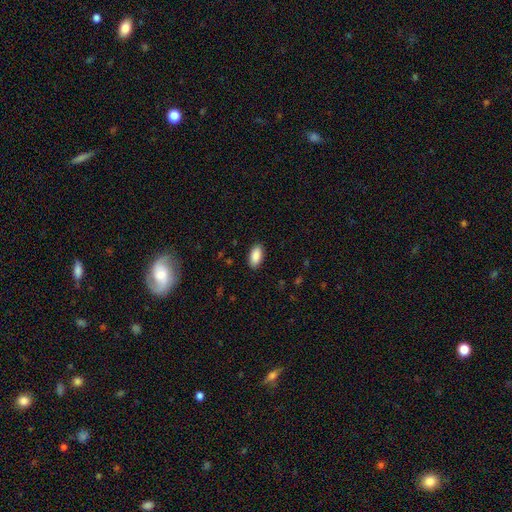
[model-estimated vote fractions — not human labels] The model was most divided on "merging": none: 89%, minor disturbance: 8%, major disturbance: 2%, merger: 1%. More confident: how rounded — in between (94%); smooth or featured — smooth (90%).